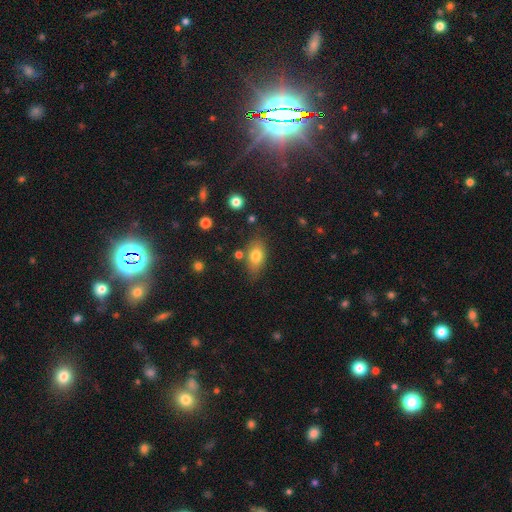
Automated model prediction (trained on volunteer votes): Q: Smooth or featured?
A: smooth (77%); runner-up: featured or disk (14%)
Q: How rounded?
A: in between (85%); runner-up: round (11%)
Q: Merging?
A: none (73%); runner-up: minor disturbance (17%)